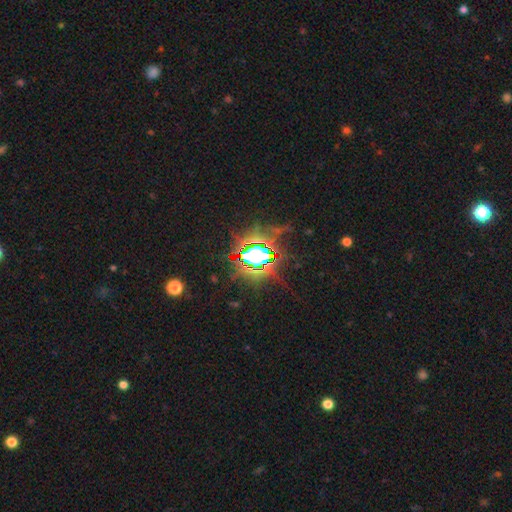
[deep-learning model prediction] smooth_or_featured: star or artifact (p=0.79) [alt: featured or disk p=0.11]